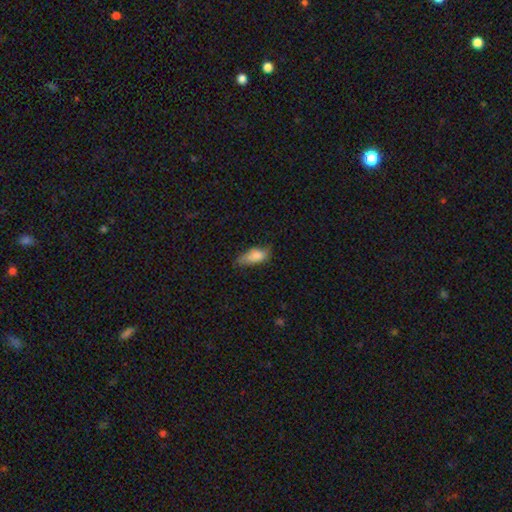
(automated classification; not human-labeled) This is clearly a smooth galaxy (83%). How rounded: clearly in between (82%). Merging: possibly none (51%).